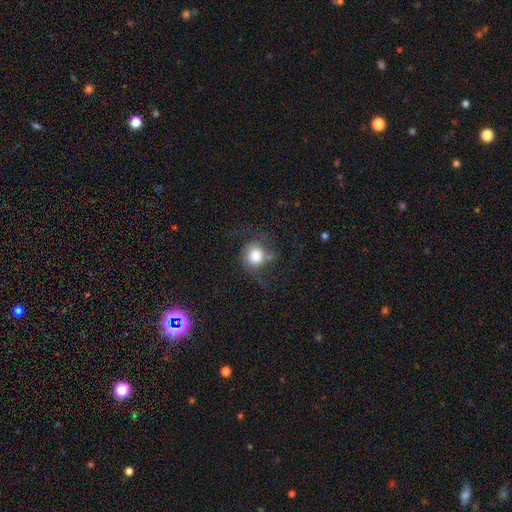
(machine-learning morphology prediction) A smooth galaxy with no disk features (63%) that is round (80%).

Vote fractions:
- Smooth or featured? smooth: 63% / featured or disk: 28% / star or artifact: 9%
- How rounded? round: 80% / in between: 19% / cigar-shaped: 1%
- Merging? none: 51% / minor disturbance: 22% / major disturbance: 22% / merger: 5%